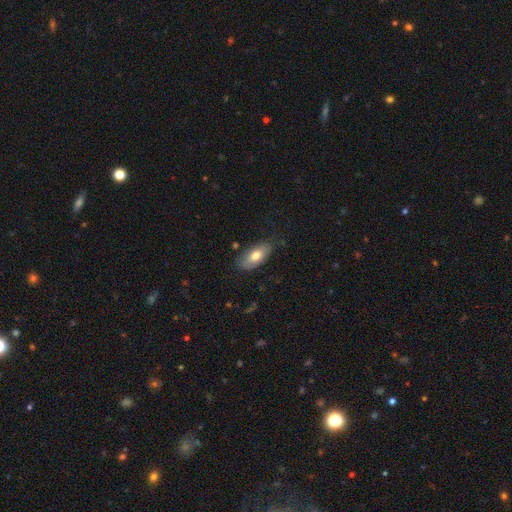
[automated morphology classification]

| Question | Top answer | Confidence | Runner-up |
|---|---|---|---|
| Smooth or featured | smooth | 72% | featured or disk (22%) |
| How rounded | in between | 89% | cigar-shaped (8%) |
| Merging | none | 77% | minor disturbance (18%) |